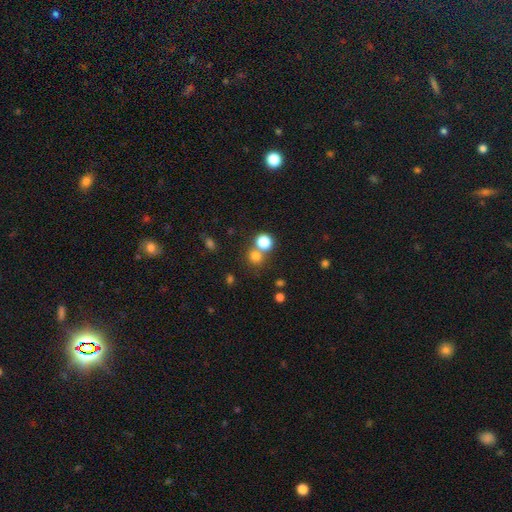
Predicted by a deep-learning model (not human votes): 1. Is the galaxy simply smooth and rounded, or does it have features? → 73% smooth, 19% star or artifact, 7% featured or disk.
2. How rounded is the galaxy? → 87% round, 12% in between, 1% cigar-shaped.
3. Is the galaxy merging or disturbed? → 63% none, 27% merger, 7% minor disturbance, 3% major disturbance.